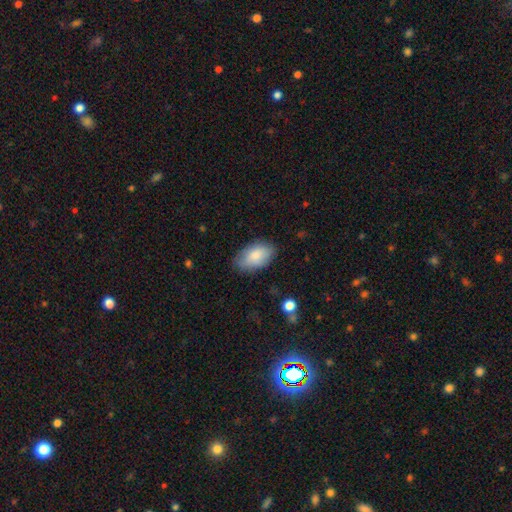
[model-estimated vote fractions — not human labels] smooth-or-featured: smooth: 84% | featured or disk: 9% | star or artifact: 6%
  how-rounded: in between: 94% | round: 4% | cigar-shaped: 2%
  merging: none: 80% | minor disturbance: 15% | major disturbance: 3% | merger: 1%